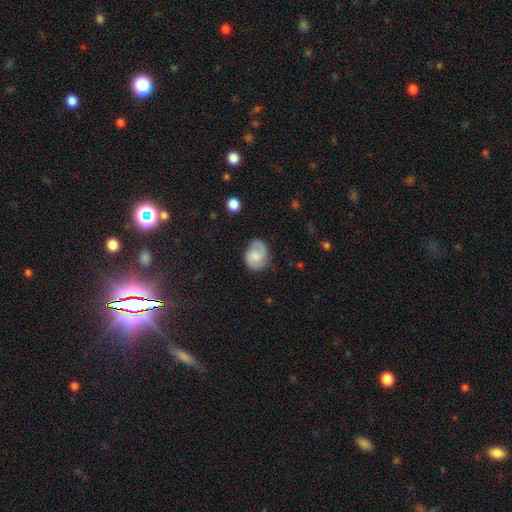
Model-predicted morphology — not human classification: This is possibly a featured or disk galaxy (55%). It is clearly not viewed edge-on (98%). Bar: possibly no (57%). Spiral arm pattern: clearly yes (91%). Central bulge: marginally small (41%). Merging: likely none (70%).